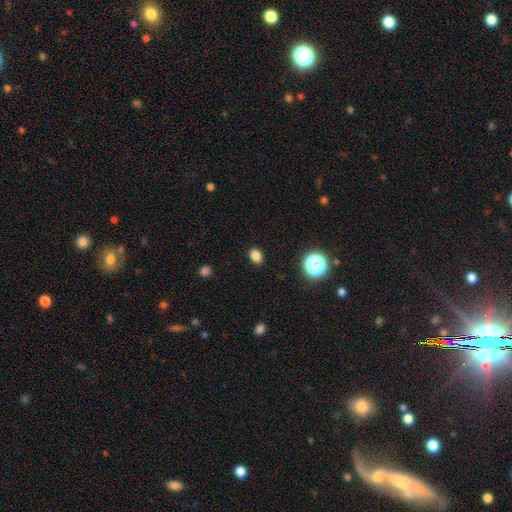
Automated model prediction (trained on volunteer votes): The model was most divided on "how rounded": in between: 69%, round: 30%, cigar-shaped: 1%. More confident: merging — none (89%); smooth or featured — smooth (83%).